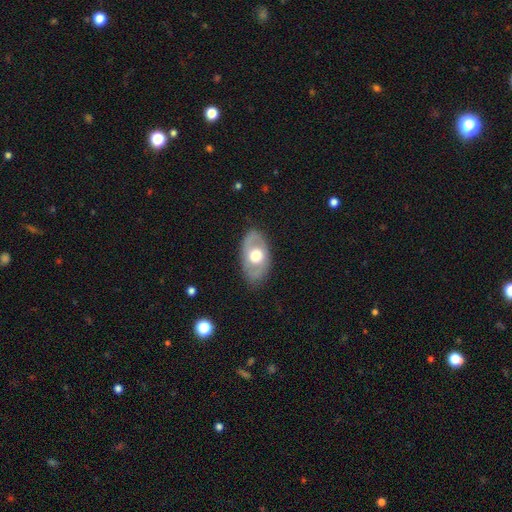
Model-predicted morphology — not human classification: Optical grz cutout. It shows a featured or disk galaxy (53%). Merging: none (82%).